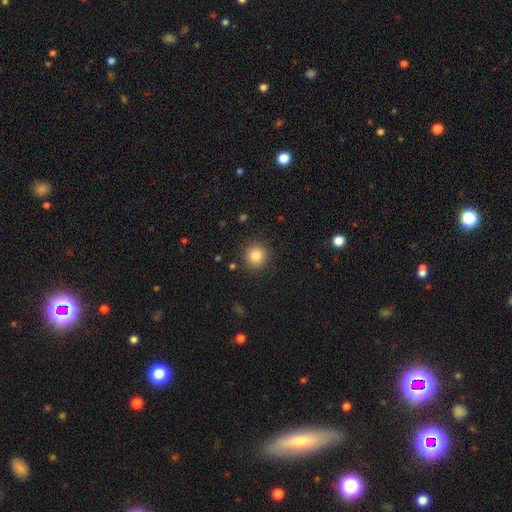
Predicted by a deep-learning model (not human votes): A smooth galaxy with no disk features (83%) that is round (94%). Merging: none (90%).